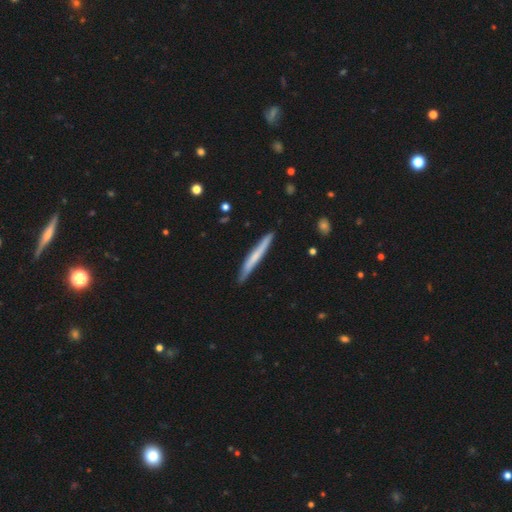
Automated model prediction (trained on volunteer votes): smooth_or_featured: smooth (p=0.54) [alt: featured or disk p=0.41]
how_rounded: cigar-shaped (p=0.97) [alt: in between p=0.02]
merging: none (p=0.88) [alt: minor disturbance p=0.10]